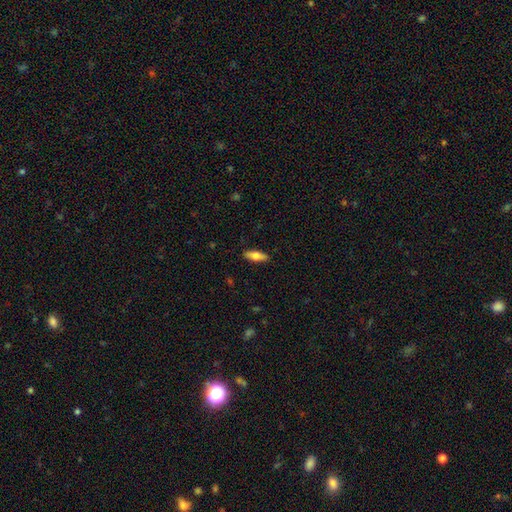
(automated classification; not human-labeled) Morphology: type=smooth (71%); roundness=in between (63%); merging=none (89%).